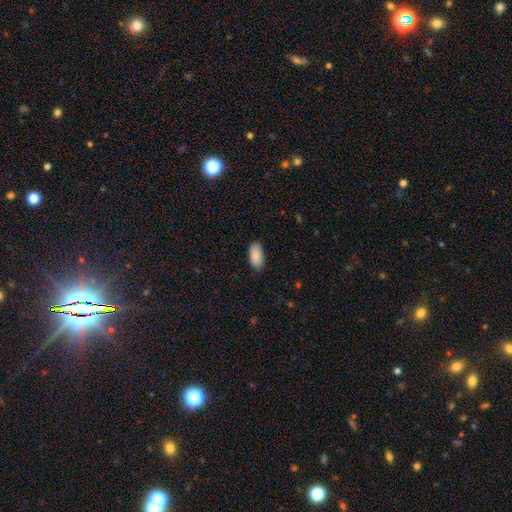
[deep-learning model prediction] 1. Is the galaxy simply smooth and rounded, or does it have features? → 89% smooth, 6% star or artifact, 5% featured or disk.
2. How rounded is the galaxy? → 95% in between, 3% cigar-shaped, 2% round.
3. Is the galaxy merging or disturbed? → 85% none, 12% minor disturbance, 2% major disturbance, 1% merger.